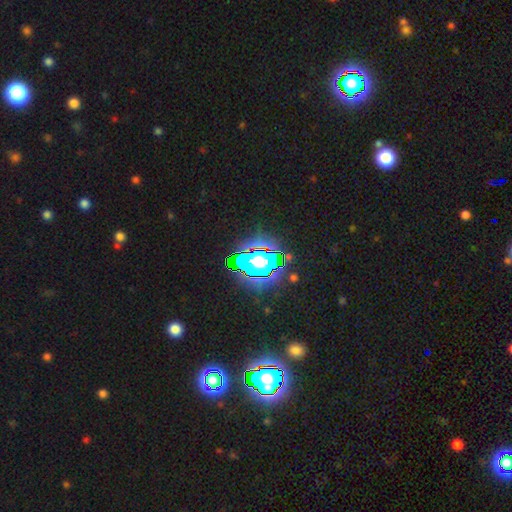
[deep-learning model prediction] Smooth or featured?
  - star or artifact: 80% *
  - smooth: 11%
  - featured or disk: 9%